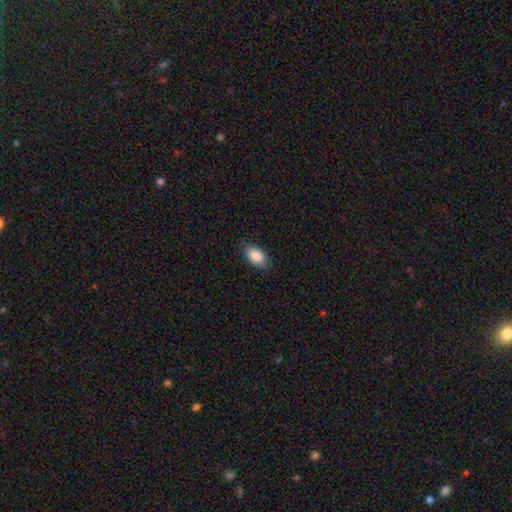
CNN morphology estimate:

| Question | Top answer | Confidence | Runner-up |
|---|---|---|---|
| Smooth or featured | smooth | 88% | star or artifact (7%) |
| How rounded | in between | 93% | round (5%) |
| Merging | none | 83% | minor disturbance (13%) |